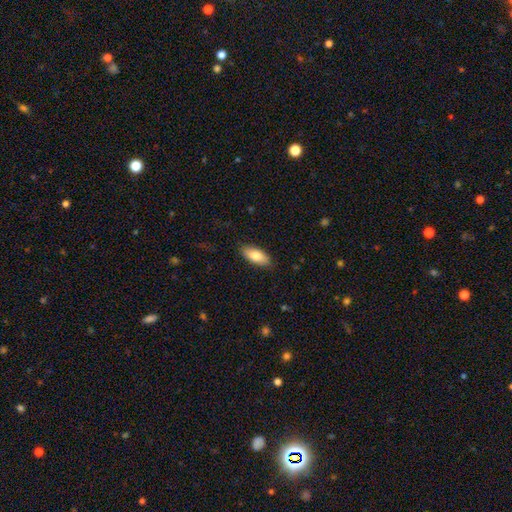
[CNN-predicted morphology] The model was most divided on "smooth or featured": smooth: 81%, featured or disk: 13%, star or artifact: 6%. More confident: merging — none (87%); how rounded — in between (87%).